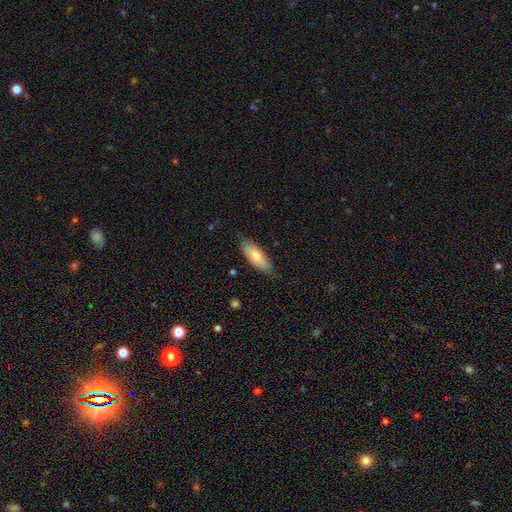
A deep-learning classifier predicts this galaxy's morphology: This is likely a smooth galaxy (73%). How rounded: likely in between (75%). Merging: clearly none (82%).